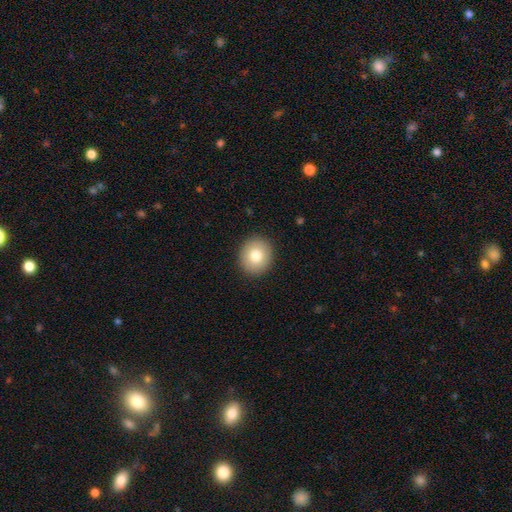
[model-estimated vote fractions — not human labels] Smooth or featured? smooth (79%)
How rounded? round (78%)
Merging? none (91%)